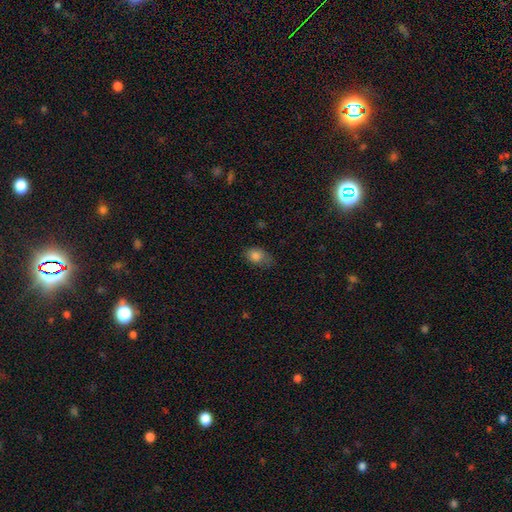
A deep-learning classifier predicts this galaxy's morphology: smooth-or-featured: smooth: 83% | star or artifact: 10% | featured or disk: 7%
  how-rounded: in between: 73% | round: 26% | cigar-shaped: 2%
  merging: none: 53% | minor disturbance: 35% | major disturbance: 10% | merger: 2%